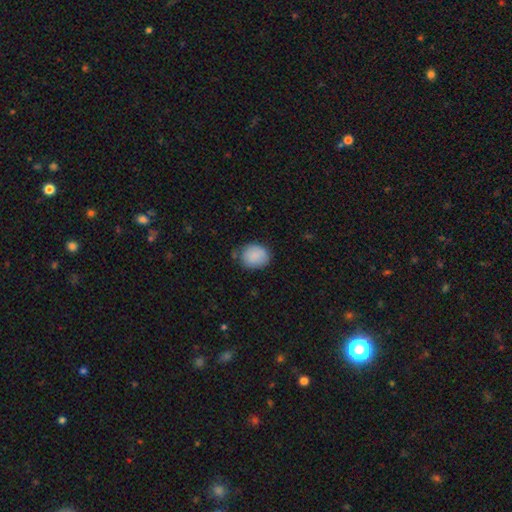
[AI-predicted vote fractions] This is clearly a smooth galaxy (86%). How rounded: likely round (63%). Merging: likely none (69%).